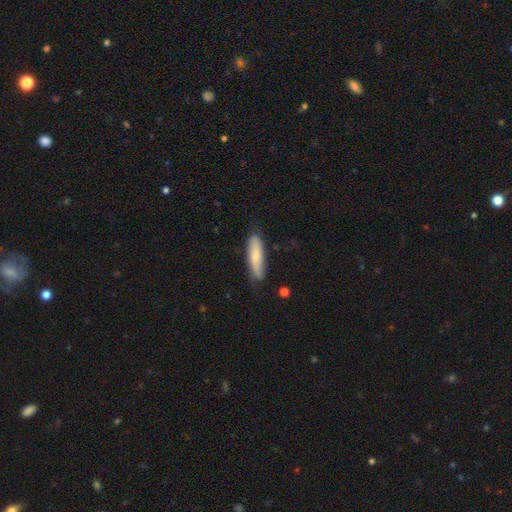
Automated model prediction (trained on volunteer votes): Smooth or featured: smooth — 76% (featured or disk — 19%)
How rounded: cigar-shaped — 65% (in between — 33%)
Merging: none — 76% (minor disturbance — 19%)